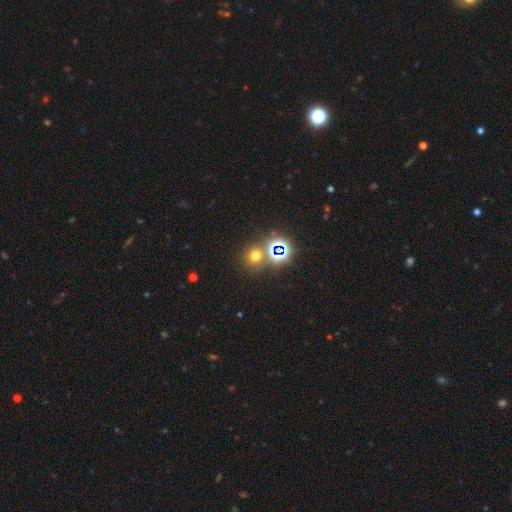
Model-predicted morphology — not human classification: Smooth or featured? smooth (55%)
How rounded? round (88%)
Merging? none (74%)